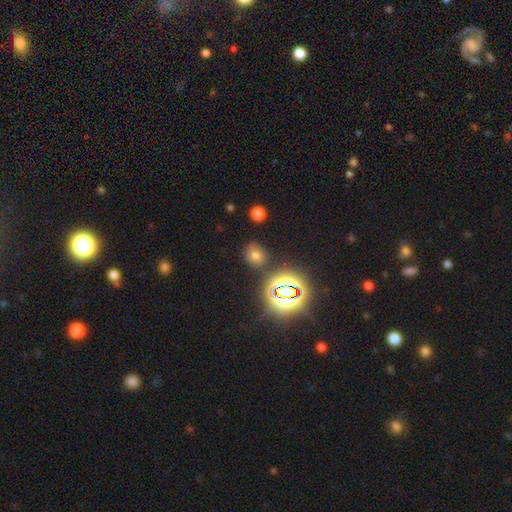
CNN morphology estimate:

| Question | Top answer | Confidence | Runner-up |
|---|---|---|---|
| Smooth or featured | smooth | 62% | star or artifact (28%) |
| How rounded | round | 65% | in between (34%) |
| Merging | none | 78% | minor disturbance (13%) |